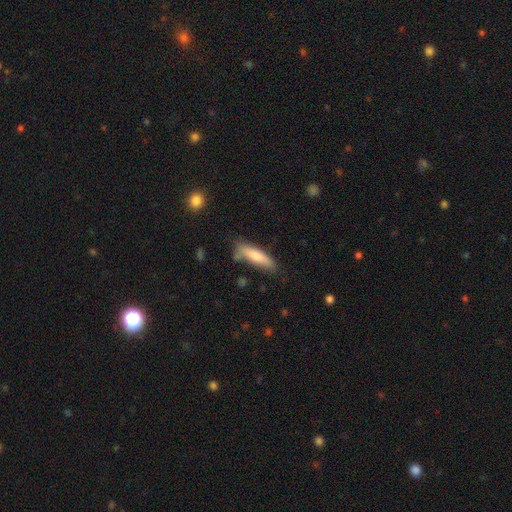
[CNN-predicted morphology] The model was most divided on "how rounded": cigar-shaped: 71%, in between: 27%, round: 2%. More confident: smooth or featured — smooth (73%); merging — none (69%).